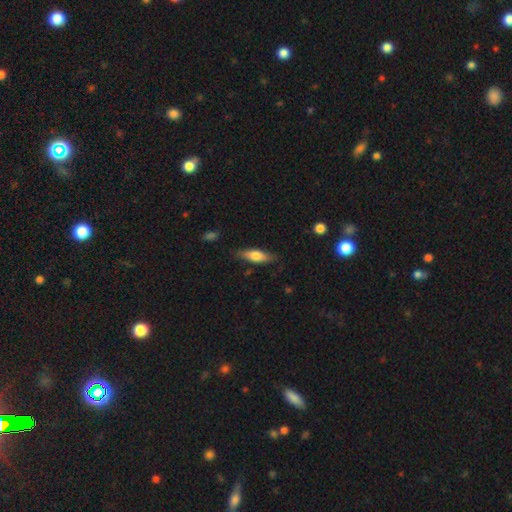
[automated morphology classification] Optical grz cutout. It shows a smooth galaxy with no disk features (61%) that is in between round and cigar-shaped (51%). Merging: none (79%).